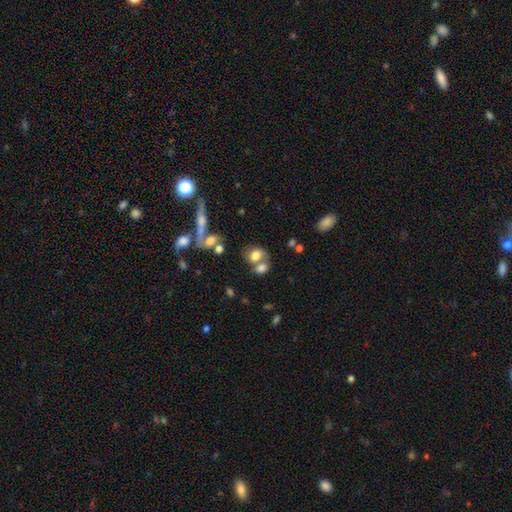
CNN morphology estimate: smooth 72%, featured or disk 16%, star or artifact 12%. Down the decision tree: how rounded — in between (62%); merging — merger (46%).